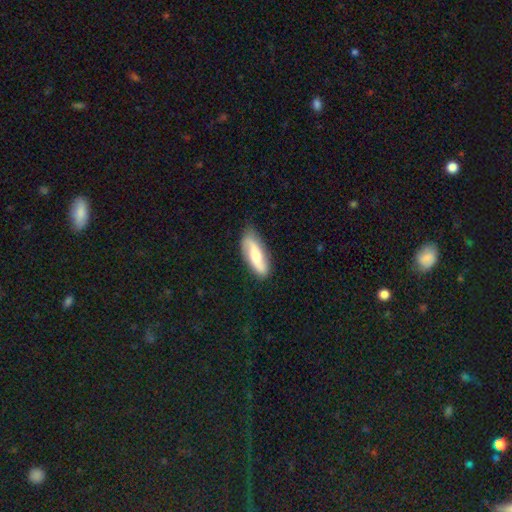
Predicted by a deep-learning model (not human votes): Smooth or featured? featured or disk (56%)
Edge-on disk? no (80%)
Merging? none (79%)